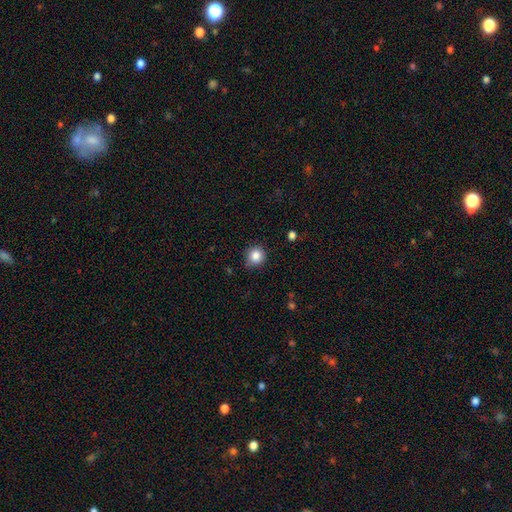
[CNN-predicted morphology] The model was most divided on "merging": none: 80%, minor disturbance: 16%, major disturbance: 3%, merger: 1%. More confident: how rounded — round (88%); smooth or featured — smooth (84%).